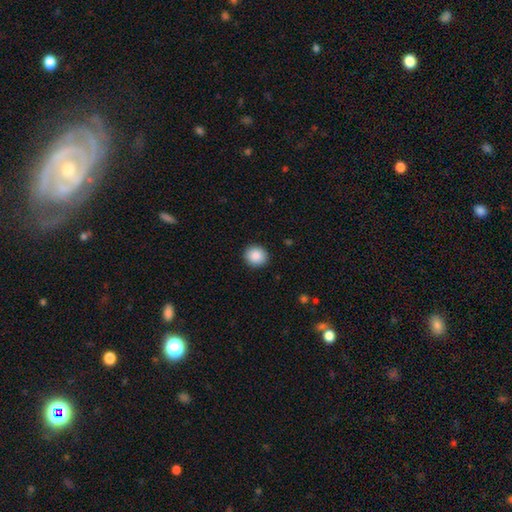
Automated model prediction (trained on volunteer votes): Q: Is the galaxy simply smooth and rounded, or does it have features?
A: smooth — 88%.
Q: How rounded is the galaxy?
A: round — 86%.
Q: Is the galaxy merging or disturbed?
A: none — 92%.